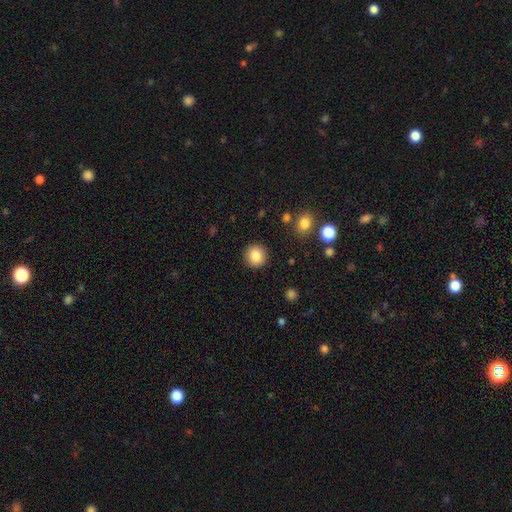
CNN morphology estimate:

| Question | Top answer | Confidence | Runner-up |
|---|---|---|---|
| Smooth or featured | smooth | 85% | star or artifact (9%) |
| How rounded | round | 91% | in between (8%) |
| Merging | none | 91% | minor disturbance (6%) |